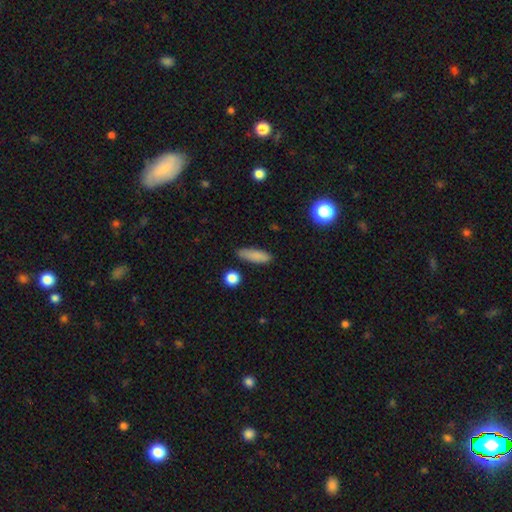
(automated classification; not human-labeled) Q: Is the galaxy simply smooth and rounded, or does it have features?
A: smooth — 84%.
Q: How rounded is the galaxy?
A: cigar-shaped — 53%.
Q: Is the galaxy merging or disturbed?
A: none — 83%.